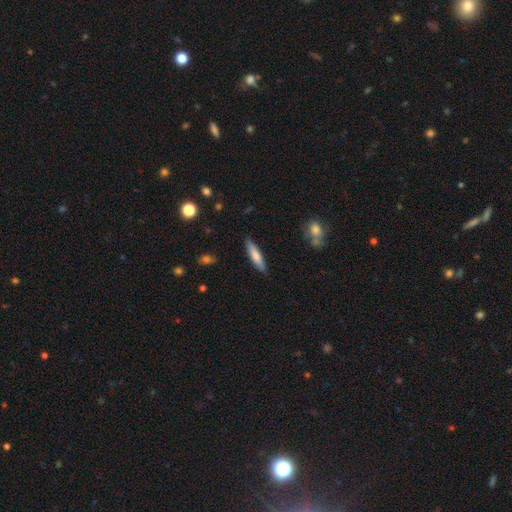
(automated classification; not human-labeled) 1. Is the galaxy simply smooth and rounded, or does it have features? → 75% smooth, 20% featured or disk, 6% star or artifact.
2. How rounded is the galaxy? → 80% cigar-shaped, 18% in between, 1% round.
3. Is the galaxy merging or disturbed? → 87% none, 10% minor disturbance, 2% major disturbance, 1% merger.